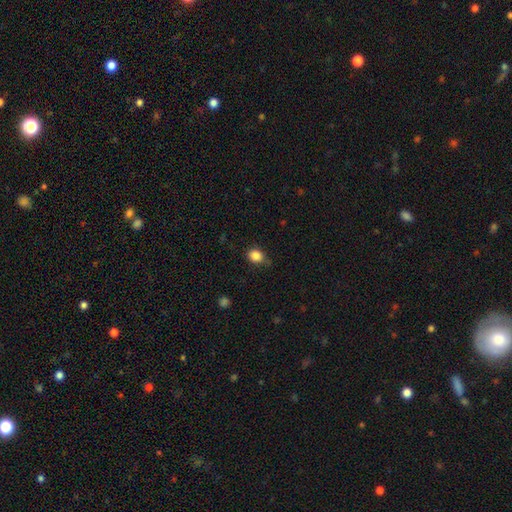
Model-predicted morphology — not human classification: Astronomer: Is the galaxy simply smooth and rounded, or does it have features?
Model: smooth — 86%.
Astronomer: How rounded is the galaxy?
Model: round — 65%.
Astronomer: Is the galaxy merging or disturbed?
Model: none — 75%.